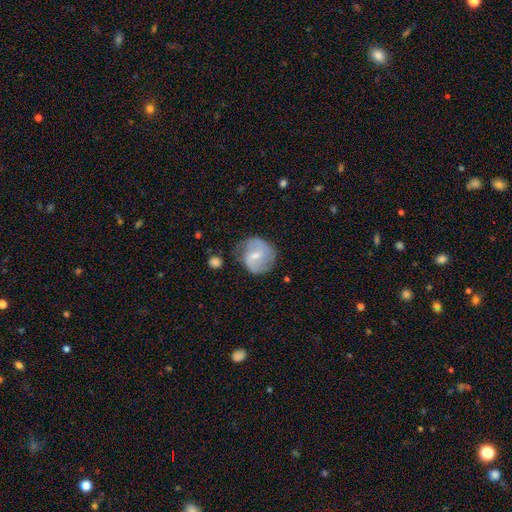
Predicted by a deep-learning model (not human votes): smooth_or_featured: featured or disk (p=0.65) [alt: smooth p=0.29]
disk_edge_on: no (p=0.98) [alt: yes p=0.02]
bar: weak (p=0.59) [alt: no p=0.22]
has_spiral_arms: yes (p=0.88) [alt: no p=0.12]
spiral_winding: medium (p=0.46) [alt: loose p=0.29]
spiral_arm_count: 2 (p=0.78) [alt: can't tell p=0.12]
bulge_size: small (p=0.51) [alt: moderate p=0.41]
merging: none (p=0.64) [alt: minor disturbance p=0.24]